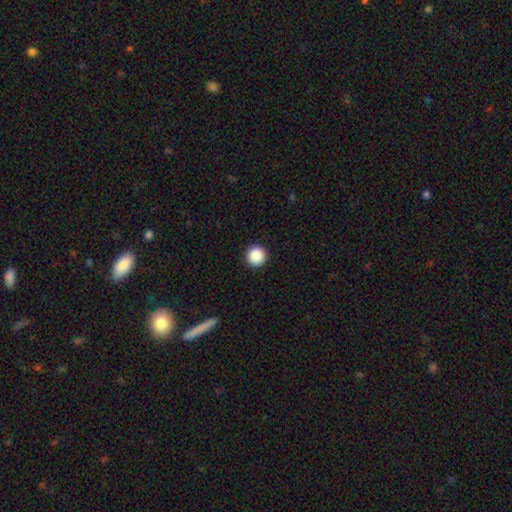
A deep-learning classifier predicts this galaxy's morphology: Smooth or featured: smooth — 88% (star or artifact — 9%)
How rounded: round — 96% (in between — 3%)
Merging: none — 93% (minor disturbance — 4%)